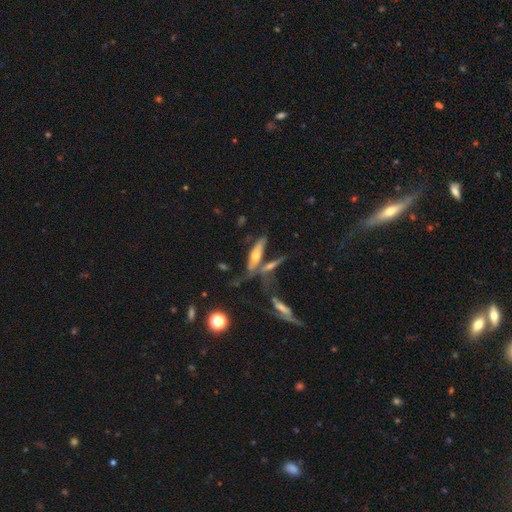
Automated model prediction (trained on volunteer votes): A featured or disk galaxy (55%) viewed edge-on (74%).

Vote fractions:
- Smooth or featured? featured or disk: 55% / smooth: 36% / star or artifact: 10%
- Edge-on disk? yes: 74% / no: 26%
- Merging? none: 43% / merger: 28% / minor disturbance: 18% / major disturbance: 11%